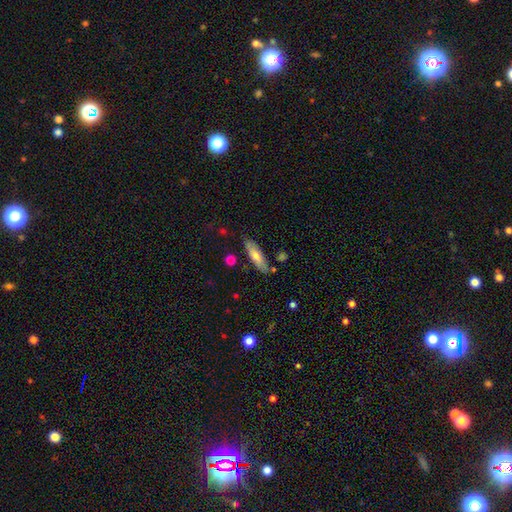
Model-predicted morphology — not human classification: The model was most divided on "how rounded": cigar-shaped: 58%, in between: 40%, round: 2%. More confident: merging — none (80%); smooth or featured — smooth (68%).